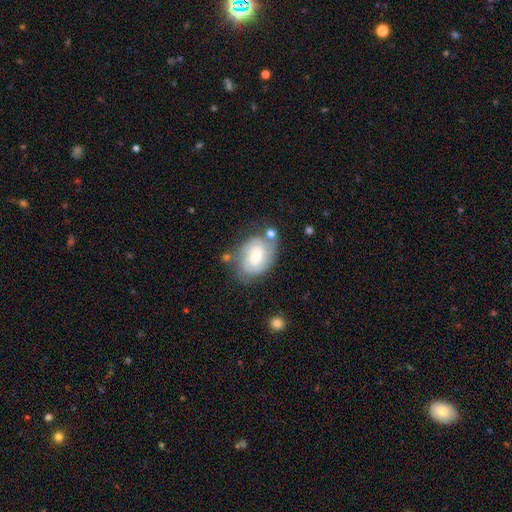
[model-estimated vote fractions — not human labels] Smooth or featured?
  - featured or disk: 65% *
  - smooth: 28%
  - star or artifact: 7%
Edge-on disk?
  - no: 97% *
  - yes: 3%
Bar?
  - weak: 49% *
  - no: 39%
  - strong: 12%
Spiral arms?
  - yes: 87% *
  - no: 13%
Spiral winding?
  - tight: 58% *
  - medium: 32%
  - loose: 9%
Spiral arm count?
  - 2: 59% *
  - can't tell: 25%
  - 3: 7%
  - 1: 5%
  - 4: 2%
  - more than 4: 2%
Bulge size?
  - moderate: 55% *
  - small: 33%
  - large: 8%
  - none: 3%
  - dominant: 1%
Merging?
  - none: 63% *
  - minor disturbance: 21%
  - major disturbance: 8%
  - merger: 7%